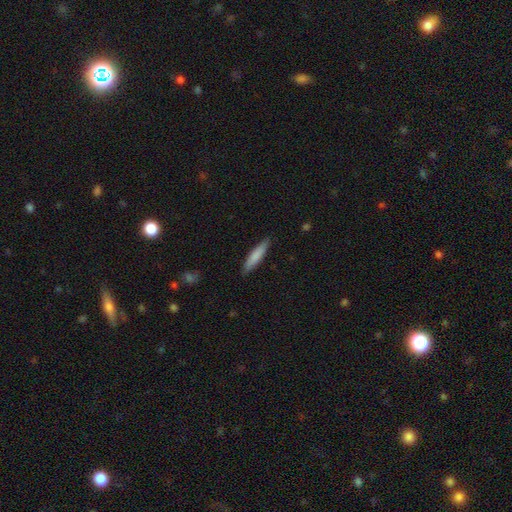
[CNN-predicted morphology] A smooth galaxy with no disk features (80%) that is cigar-shaped (85%).

Vote fractions:
- Smooth or featured? smooth: 80% / featured or disk: 15% / star or artifact: 5%
- How rounded? cigar-shaped: 85% / in between: 14% / round: 1%
- Merging? none: 88% / minor disturbance: 9% / major disturbance: 2% / merger: 1%